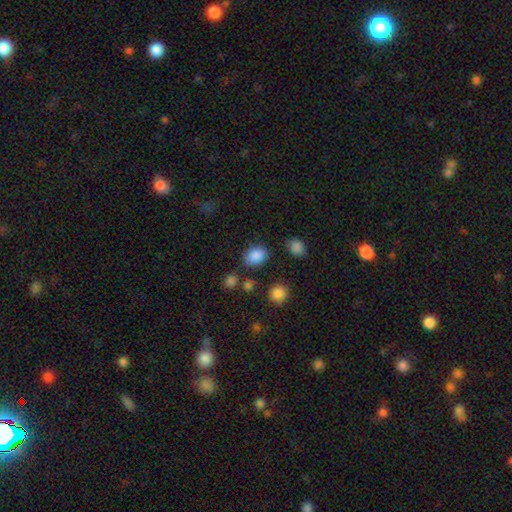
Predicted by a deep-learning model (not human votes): A smooth galaxy with no disk features (86%) that is in between round and cigar-shaped (68%). Merging: none (76%).